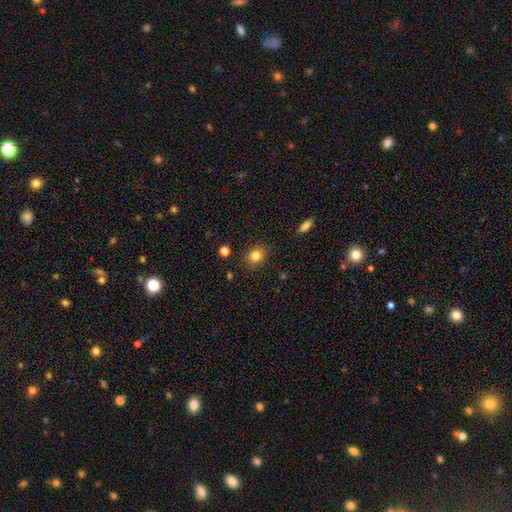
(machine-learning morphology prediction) smooth_or_featured: smooth (p=0.83) [alt: star or artifact p=0.11]
how_rounded: round (p=0.65) [alt: in between p=0.34]
merging: none (p=0.87) [alt: minor disturbance p=0.09]